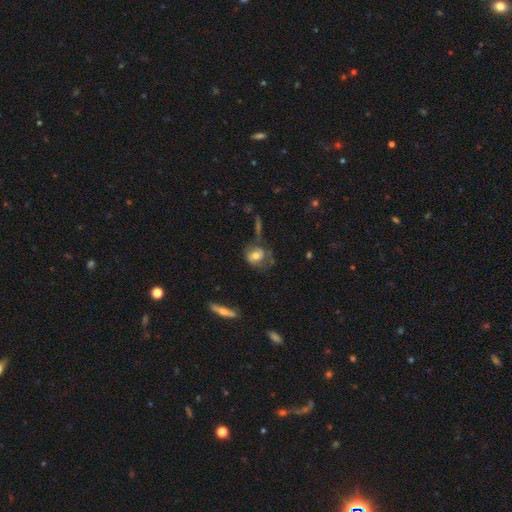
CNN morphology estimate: A smooth galaxy with no disk features (51%) that is round (54%). Merging: none (42%).